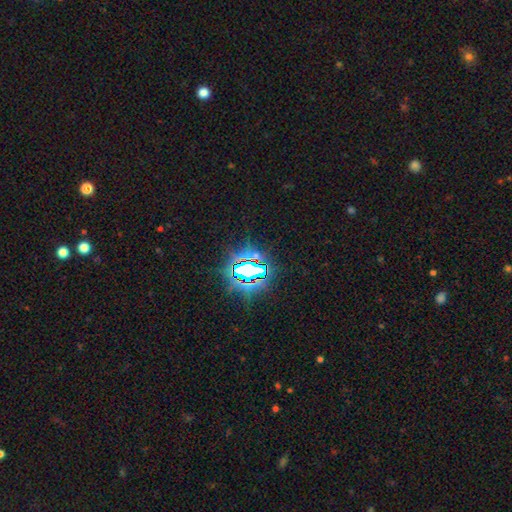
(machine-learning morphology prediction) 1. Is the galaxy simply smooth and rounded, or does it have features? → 77% star or artifact, 13% smooth, 9% featured or disk.